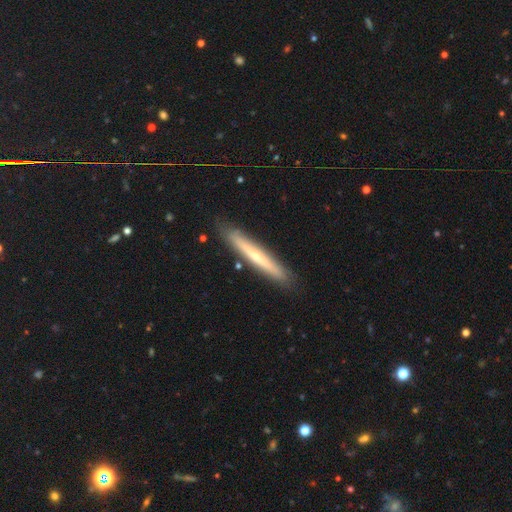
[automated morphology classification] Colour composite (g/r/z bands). It shows a featured or disk galaxy (52%) viewed edge-on (93%). Merging: none (88%).